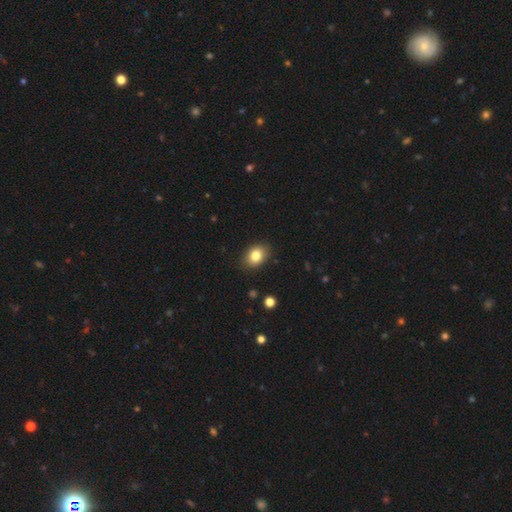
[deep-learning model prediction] The model was most divided on "how rounded": in between: 70%, round: 29%, cigar-shaped: 1%. More confident: merging — none (86%); smooth or featured — smooth (82%).